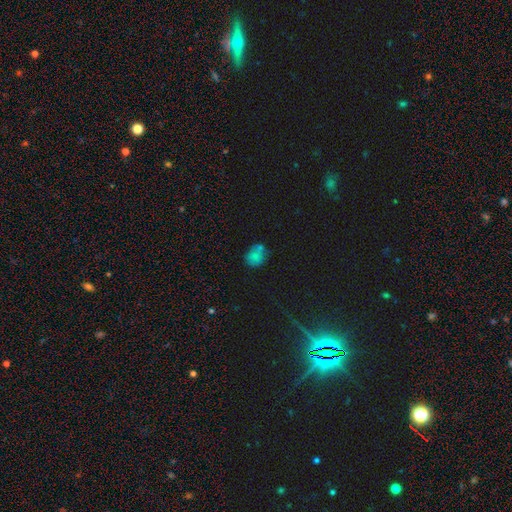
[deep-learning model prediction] A smooth galaxy with no disk features (71%) that is round (64%).

Vote fractions:
- Smooth or featured? smooth: 71% / star or artifact: 17% / featured or disk: 12%
- How rounded? round: 64% / in between: 34% / cigar-shaped: 1%
- Merging? none: 52% / merger: 26% / minor disturbance: 16% / major disturbance: 6%